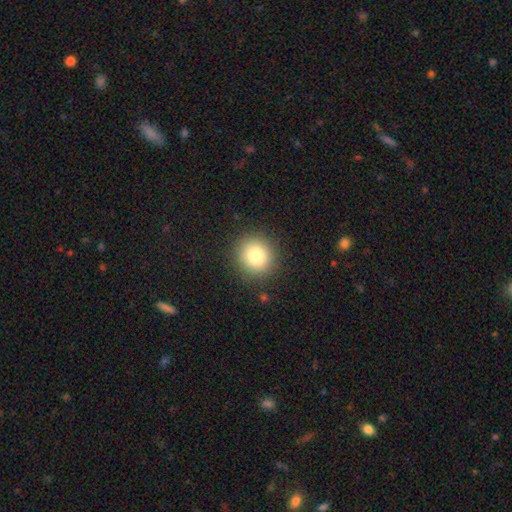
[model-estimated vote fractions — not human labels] Smooth or featured: smooth — 82% (star or artifact — 11%)
How rounded: round — 90% (in between — 9%)
Merging: none — 89% (minor disturbance — 7%)